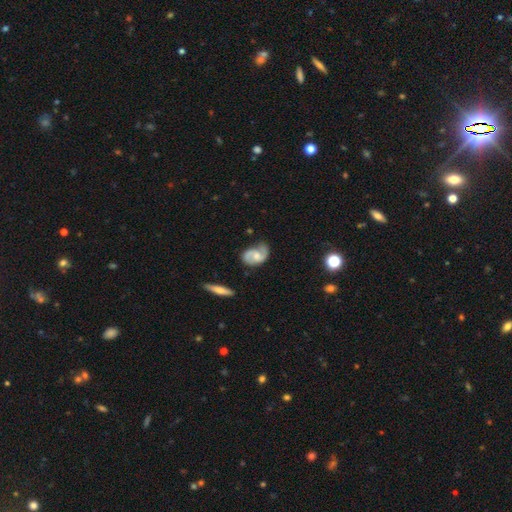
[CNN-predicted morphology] smooth_or_featured: featured or disk (p=0.76) [alt: smooth p=0.19]
disk_edge_on: no (p=0.97) [alt: yes p=0.03]
bar: no (p=0.54) [alt: weak p=0.38]
has_spiral_arms: yes (p=0.94) [alt: no p=0.06]
spiral_winding: medium (p=0.49) [alt: tight p=0.26]
spiral_arm_count: 2 (p=0.82) [alt: 1 p=0.09]
bulge_size: moderate (p=0.50) [alt: small p=0.32]
merging: none (p=0.69) [alt: minor disturbance p=0.22]